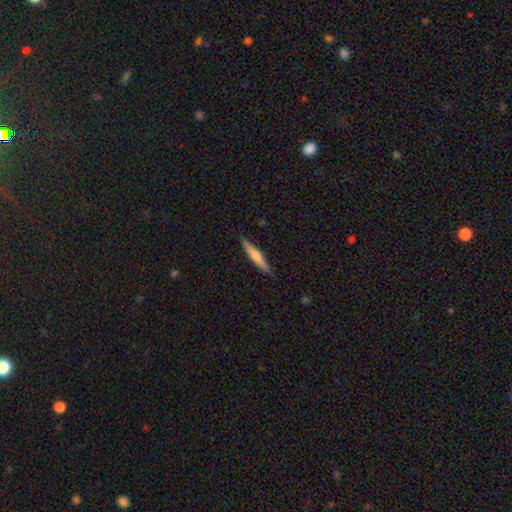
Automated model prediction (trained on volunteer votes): This is possibly a smooth galaxy (57%). How rounded: clearly cigar-shaped (92%). Merging: clearly none (89%).